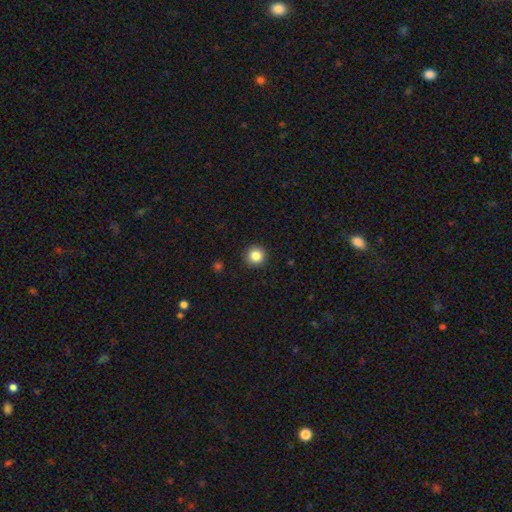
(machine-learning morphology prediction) A smooth galaxy with no disk features (85%) that is round (95%). Merging: none (92%).